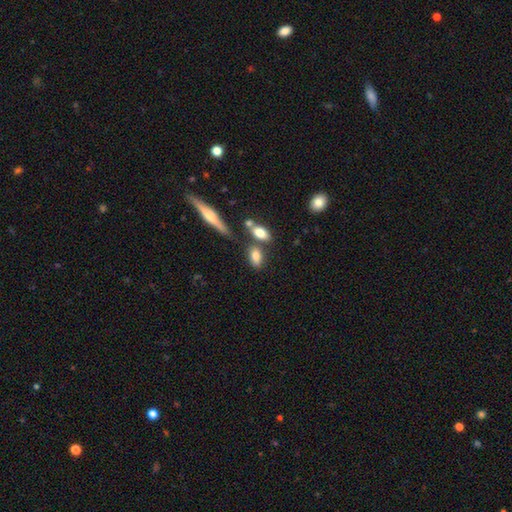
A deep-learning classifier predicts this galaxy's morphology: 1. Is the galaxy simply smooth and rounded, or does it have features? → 80% smooth, 12% featured or disk, 8% star or artifact.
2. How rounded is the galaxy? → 83% in between, 9% round, 8% cigar-shaped.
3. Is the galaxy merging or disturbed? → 62% none, 20% merger, 13% minor disturbance, 5% major disturbance.